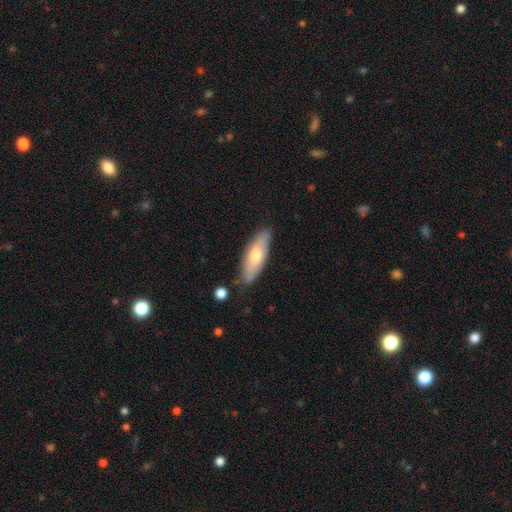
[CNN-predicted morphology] smooth-or-featured: smooth: 58% | featured or disk: 37% | star or artifact: 6%
  how-rounded: in between: 64% | cigar-shaped: 34% | round: 2%
  merging: none: 78% | minor disturbance: 16% | major disturbance: 3% | merger: 2%